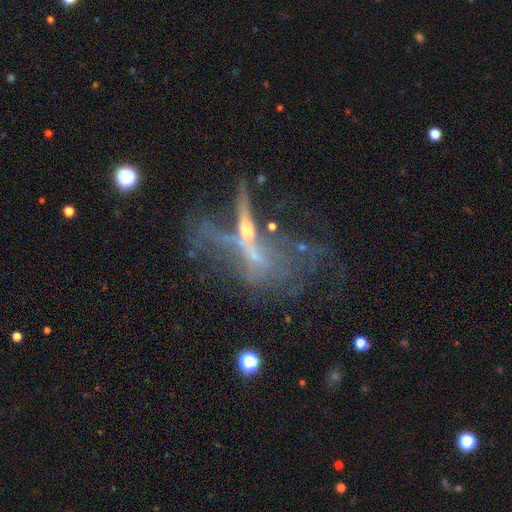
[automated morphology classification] Smooth or featured: featured or disk — 65% (star or artifact — 19%)
Edge-on disk: no — 57% (yes — 43%)
Merging: merger — 31% (tied with major disturbance — 31%)